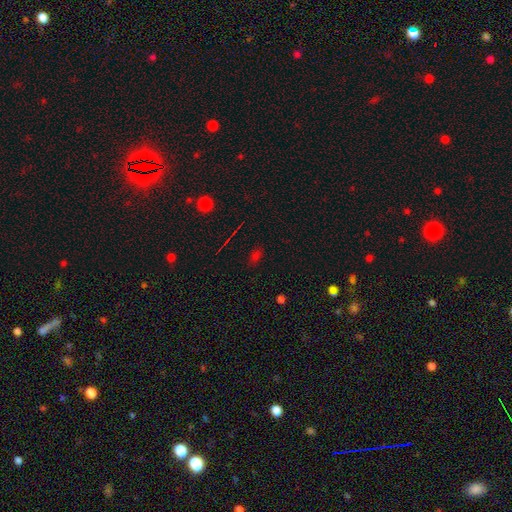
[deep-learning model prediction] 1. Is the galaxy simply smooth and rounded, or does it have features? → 56% smooth, 36% star or artifact, 8% featured or disk.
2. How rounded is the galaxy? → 80% in between, 14% round, 6% cigar-shaped.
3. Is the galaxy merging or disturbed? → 81% none, 12% minor disturbance, 4% major disturbance, 2% merger.